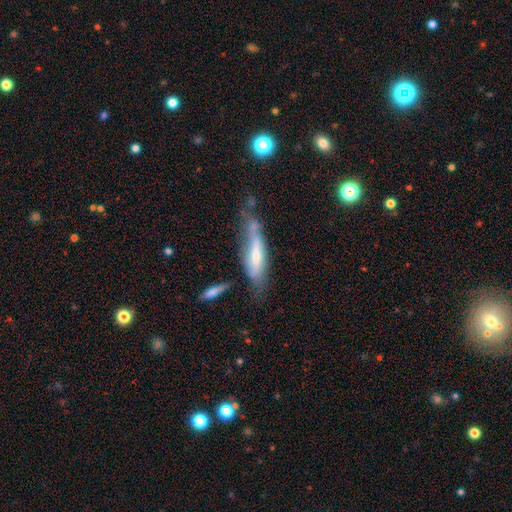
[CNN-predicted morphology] Smooth or featured? smooth (48%)
Merging? none (39%)